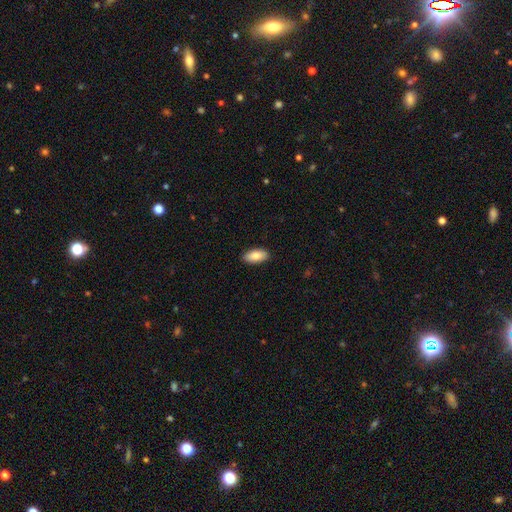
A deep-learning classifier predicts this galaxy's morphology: smooth 87%, featured or disk 7%, star or artifact 6%. Down the decision tree: how rounded — in between (91%); merging — none (90%).